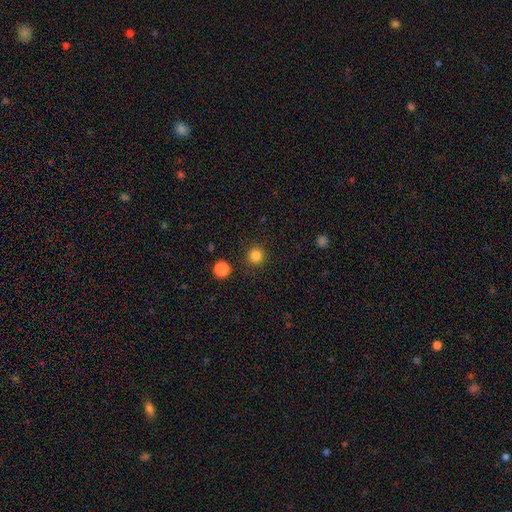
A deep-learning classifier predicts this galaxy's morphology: A smooth galaxy with no disk features (84%) that is round (94%). Merging: none (90%).